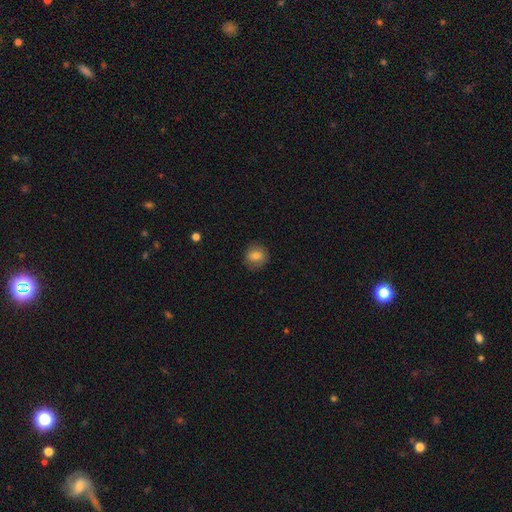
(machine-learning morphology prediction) Smooth or featured: smooth — 77% (featured or disk — 13%)
How rounded: round — 84% (in between — 15%)
Merging: none — 84% (minor disturbance — 12%)